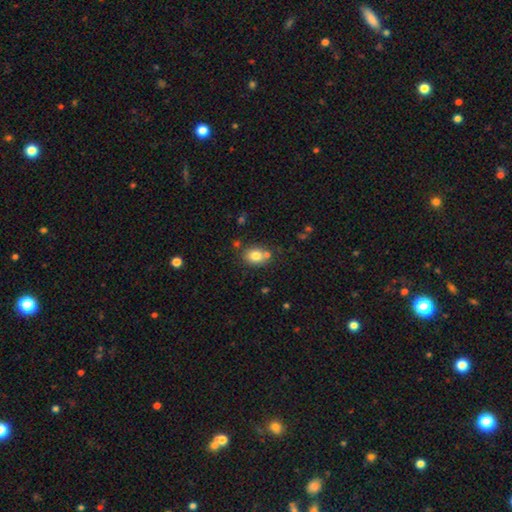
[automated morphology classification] This appears to be a smooth galaxy with no disk features (79%) that is round (55%). Merging: none (66%).